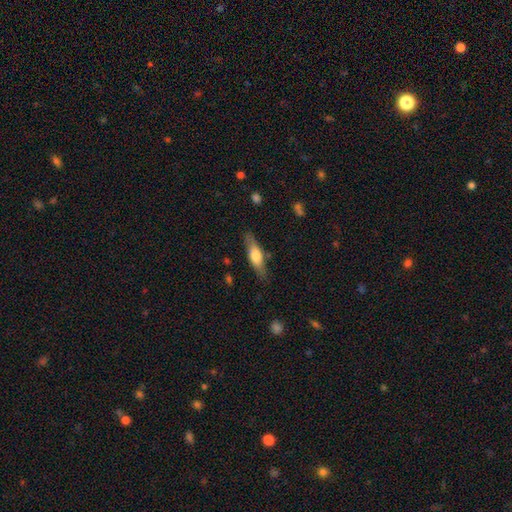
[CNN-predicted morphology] Smooth or featured? Predicted: smooth (p=0.57). How rounded? Predicted: cigar-shaped (p=0.57). Merging? Predicted: none (p=0.80).